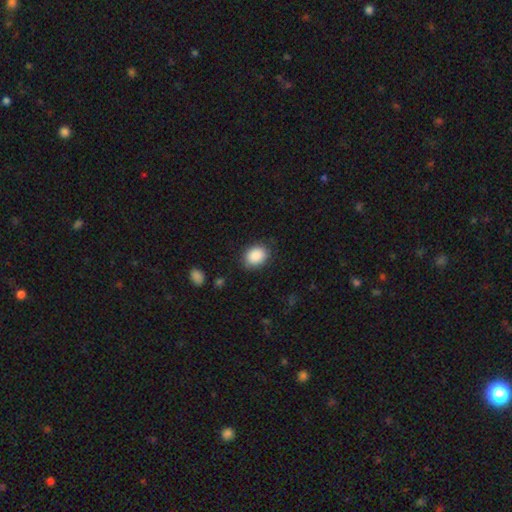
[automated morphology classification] smooth-or-featured: smooth: 89% | star or artifact: 7% | featured or disk: 4%
  how-rounded: in between: 63% | round: 36% | cigar-shaped: 1%
  merging: none: 84% | minor disturbance: 12% | major disturbance: 3% | merger: 1%